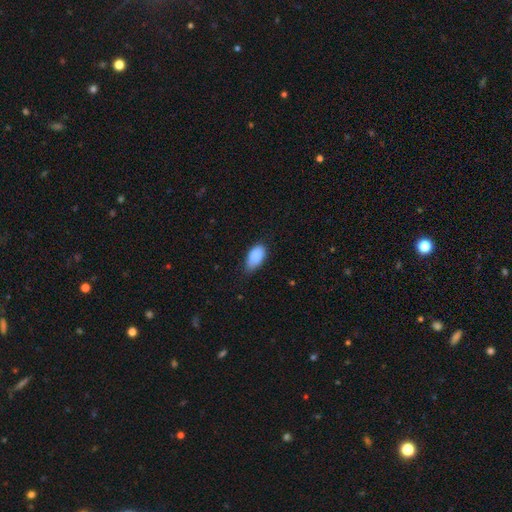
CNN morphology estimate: Smooth or featured?
  - smooth: 88% *
  - star or artifact: 7%
  - featured or disk: 5%
How rounded?
  - in between: 93% *
  - round: 5%
  - cigar-shaped: 3%
Merging?
  - none: 56% *
  - minor disturbance: 36%
  - major disturbance: 6%
  - merger: 2%